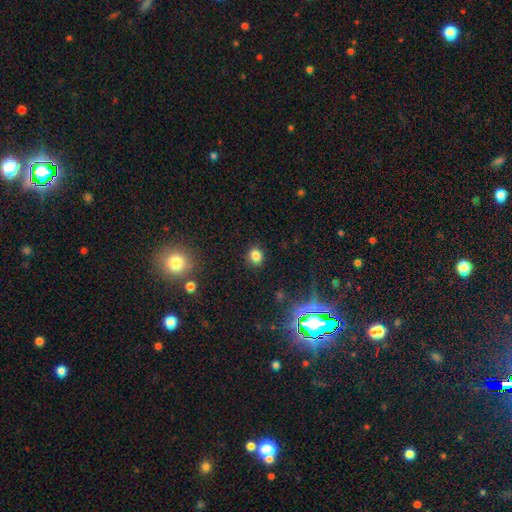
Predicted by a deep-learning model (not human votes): Q: Smooth or featured?
A: smooth (82%); runner-up: star or artifact (14%)
Q: How rounded?
A: round (63%); runner-up: in between (36%)
Q: Merging?
A: none (87%); runner-up: minor disturbance (9%)